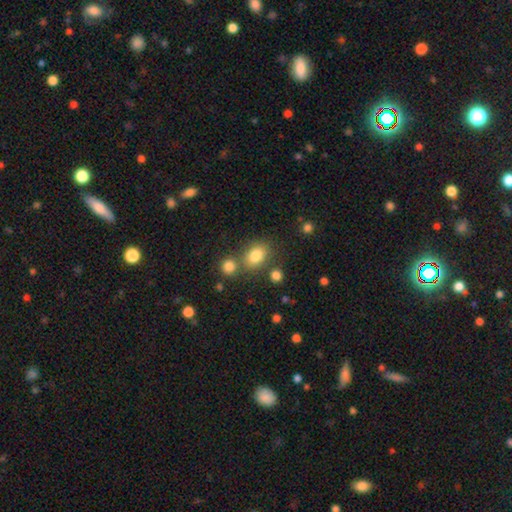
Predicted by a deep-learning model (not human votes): This is clearly a smooth galaxy (82%). How rounded: likely in between (72%). Merging: likely none (65%).